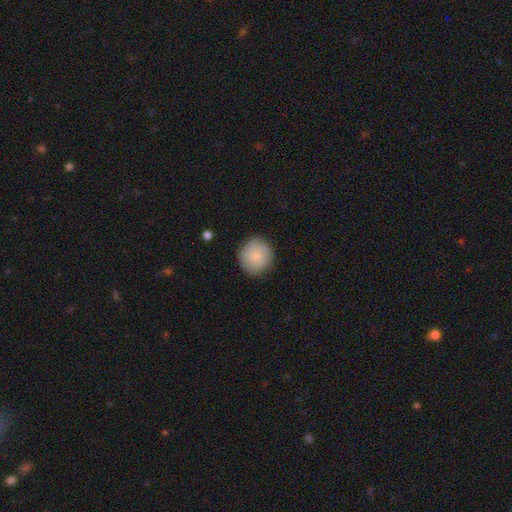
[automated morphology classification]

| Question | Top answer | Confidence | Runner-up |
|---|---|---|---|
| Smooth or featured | smooth | 69% | featured or disk (24%) |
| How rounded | round | 92% | in between (7%) |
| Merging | none | 79% | minor disturbance (16%) |